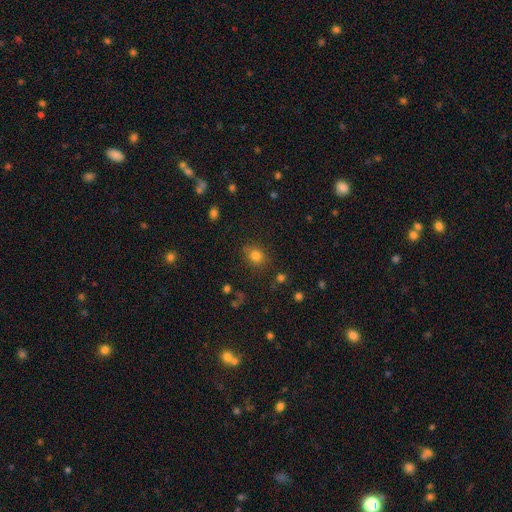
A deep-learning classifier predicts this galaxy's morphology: smooth_or_featured: smooth (p=0.80) [alt: star or artifact p=0.13]
how_rounded: round (p=0.63) [alt: in between p=0.36]
merging: none (p=0.80) [alt: minor disturbance p=0.13]